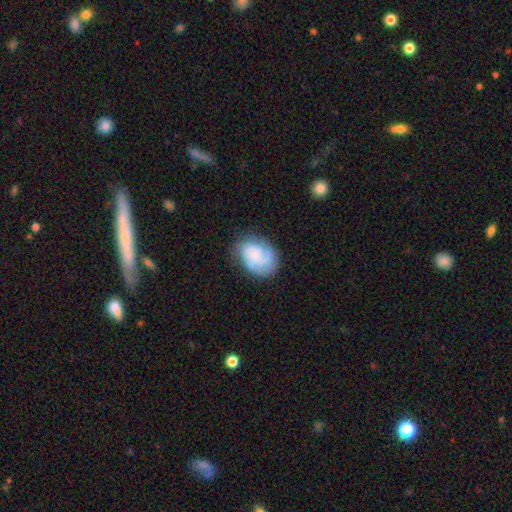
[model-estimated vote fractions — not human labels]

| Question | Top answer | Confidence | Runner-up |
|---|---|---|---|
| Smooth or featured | featured or disk | 50% | smooth (43%) |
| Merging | none | 61% | minor disturbance (25%) |